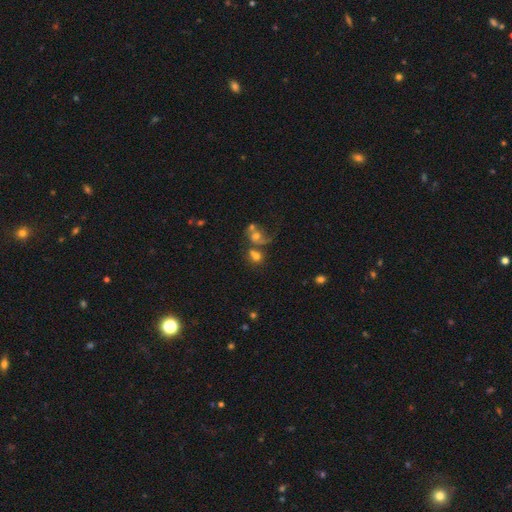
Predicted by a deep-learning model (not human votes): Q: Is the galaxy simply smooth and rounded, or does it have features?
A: smooth — 62%.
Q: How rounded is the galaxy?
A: round — 50%.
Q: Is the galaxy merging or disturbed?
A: merger — 53%.